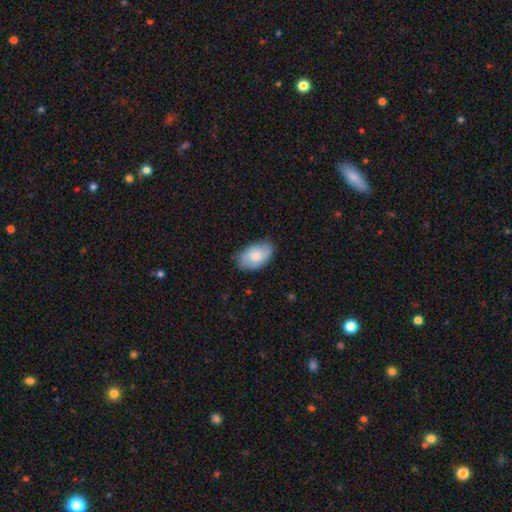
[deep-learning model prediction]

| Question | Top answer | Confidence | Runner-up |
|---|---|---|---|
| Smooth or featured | smooth | 77% | featured or disk (17%) |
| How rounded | in between | 94% | round (5%) |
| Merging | none | 78% | minor disturbance (18%) |